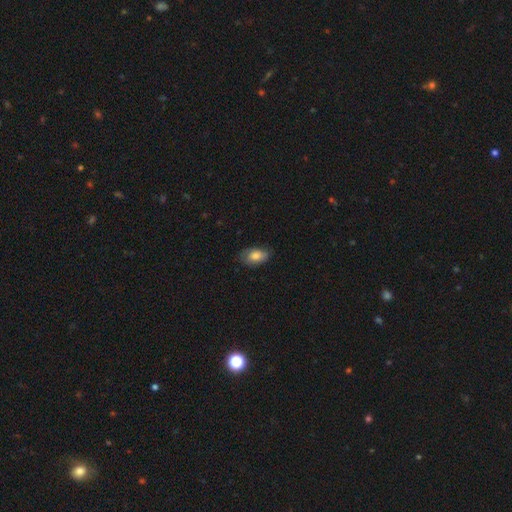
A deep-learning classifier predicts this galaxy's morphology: This is likely a smooth galaxy (78%). How rounded: clearly in between (91%). Merging: likely none (70%).